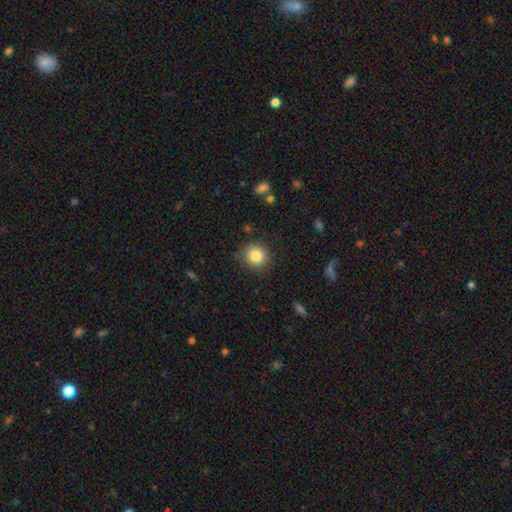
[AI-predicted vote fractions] The model was most divided on "how rounded": round: 86%, in between: 13%, cigar-shaped: 1%. More confident: merging — none (85%); smooth or featured — smooth (84%).